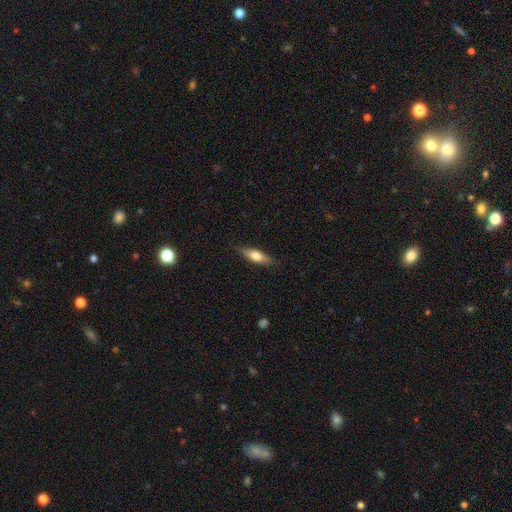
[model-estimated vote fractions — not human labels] smooth_or_featured: smooth (p=0.59) [alt: featured or disk p=0.35]
how_rounded: cigar-shaped (p=0.50) [alt: in between p=0.48]
merging: none (p=0.83) [alt: minor disturbance p=0.13]